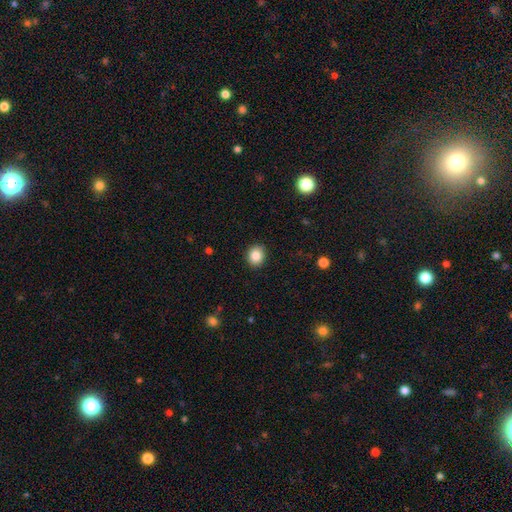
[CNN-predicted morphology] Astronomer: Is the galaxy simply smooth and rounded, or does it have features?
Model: smooth — 86%.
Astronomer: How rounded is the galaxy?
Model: round — 73%.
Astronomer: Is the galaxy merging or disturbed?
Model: none — 90%.